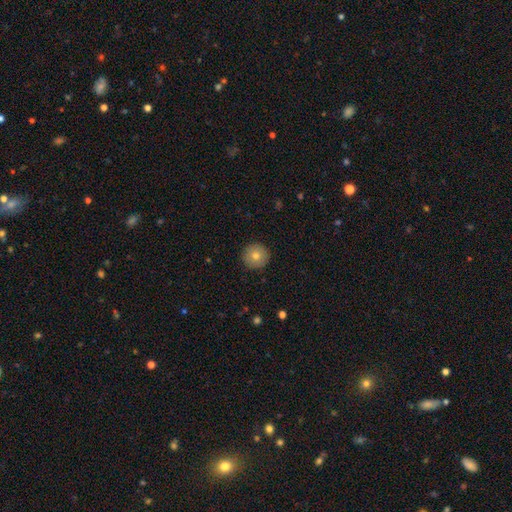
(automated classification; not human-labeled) Overall: smooth (77%). How rounded: round (96%). Merging: none (92%).